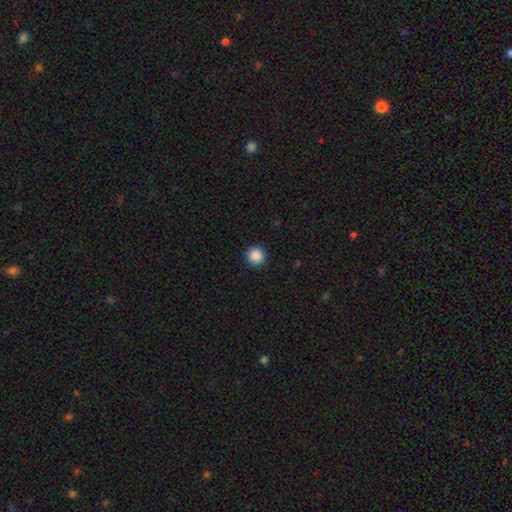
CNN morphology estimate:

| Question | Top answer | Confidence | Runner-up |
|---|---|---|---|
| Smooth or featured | smooth | 88% | star or artifact (9%) |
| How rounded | round | 96% | in between (3%) |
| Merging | none | 93% | minor disturbance (5%) |